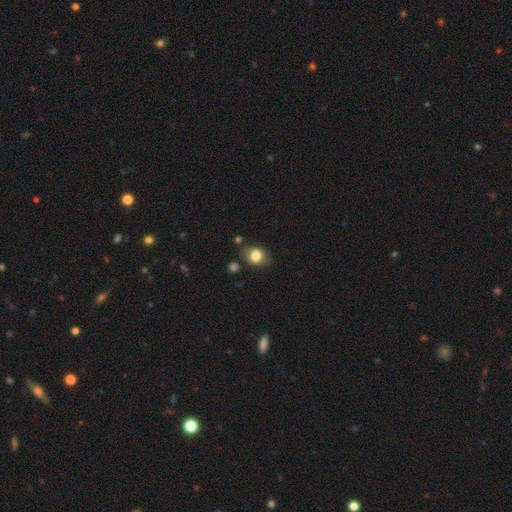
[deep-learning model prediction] smooth_or_featured: smooth (p=0.80) [alt: featured or disk p=0.11]
how_rounded: in between (p=0.52) [alt: round p=0.47]
merging: none (p=0.75) [alt: minor disturbance p=0.16]